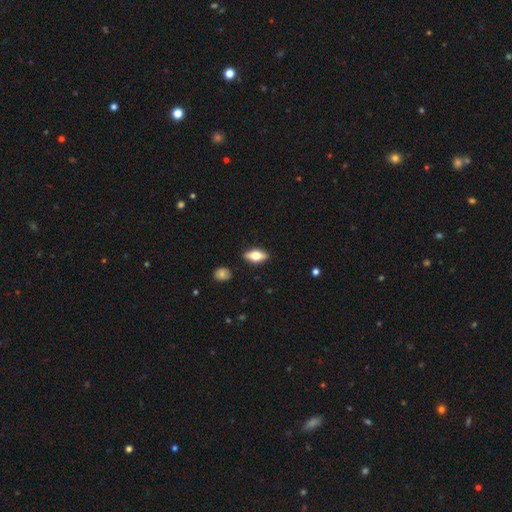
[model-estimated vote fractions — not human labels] This appears to be a smooth galaxy with no disk features (63%) that is in between round and cigar-shaped (82%). Merging: none (88%).